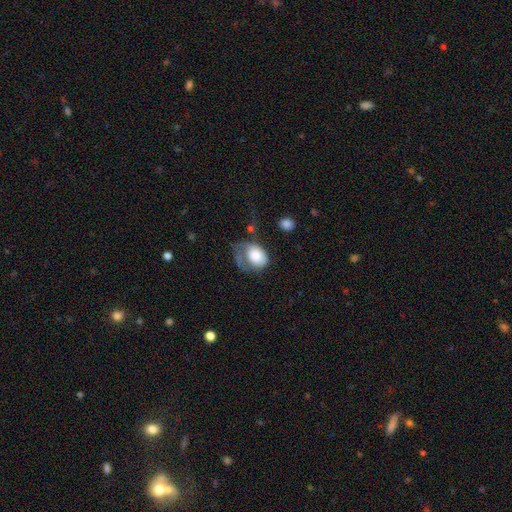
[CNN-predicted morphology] Smooth or featured? smooth (72%)
How rounded? in between (63%)
Merging? major disturbance (44%)